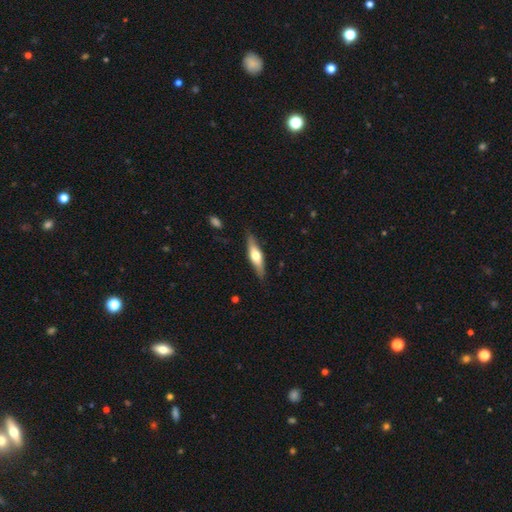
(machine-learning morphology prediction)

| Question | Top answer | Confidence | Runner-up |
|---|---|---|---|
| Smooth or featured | featured or disk | 48% | smooth (47%) |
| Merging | none | 83% | minor disturbance (13%) |